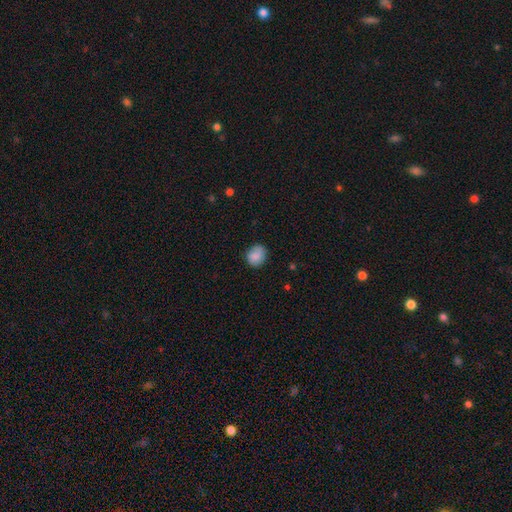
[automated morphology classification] Q: Smooth or featured?
A: smooth (87%); runner-up: star or artifact (8%)
Q: How rounded?
A: round (66%); runner-up: in between (33%)
Q: Merging?
A: none (77%); runner-up: minor disturbance (18%)